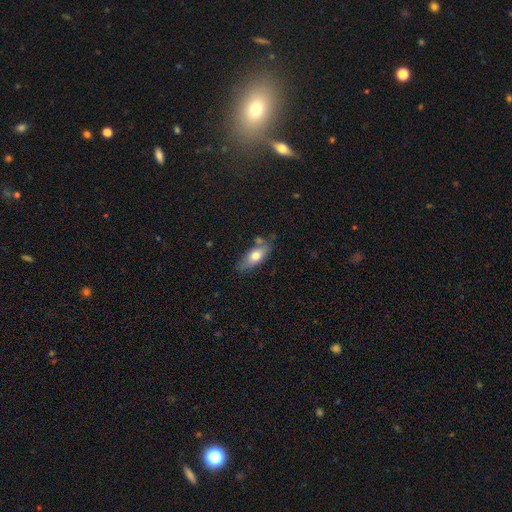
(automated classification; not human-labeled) Smooth or featured?
  - smooth: 70% *
  - featured or disk: 24%
  - star or artifact: 7%
How rounded?
  - in between: 76% *
  - cigar-shaped: 21%
  - round: 3%
Merging?
  - none: 67% *
  - minor disturbance: 21%
  - merger: 8%
  - major disturbance: 4%